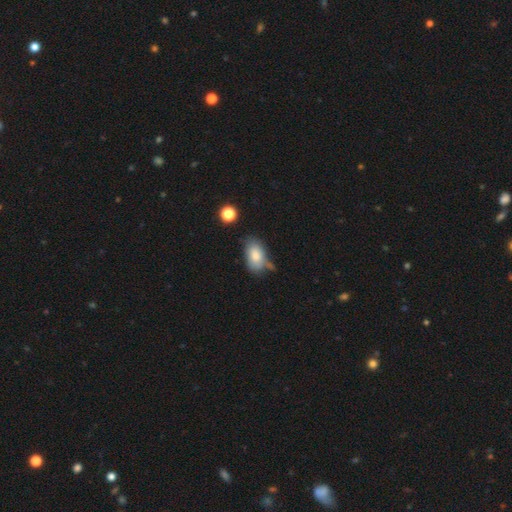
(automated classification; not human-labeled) This is clearly a smooth galaxy (81%). How rounded: clearly in between (92%). Merging: possibly none (56%).